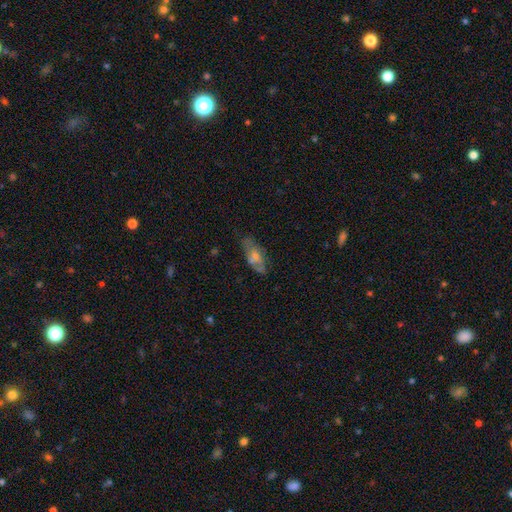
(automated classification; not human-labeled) A featured or disk galaxy (47%).

Vote fractions:
- Smooth or featured? featured or disk: 47% / smooth: 40% / star or artifact: 13%
- Merging? none: 65% / minor disturbance: 22% / major disturbance: 10% / merger: 3%